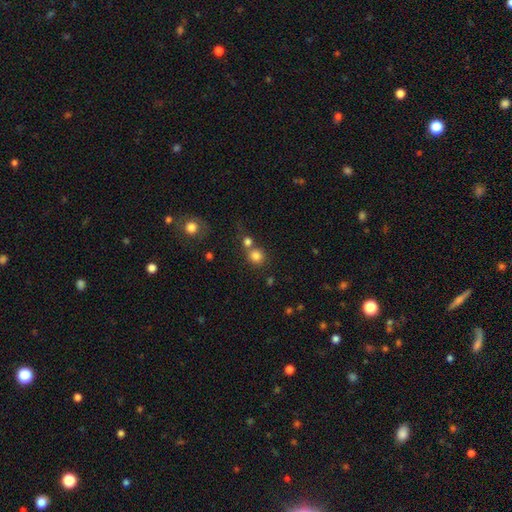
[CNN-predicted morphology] This is clearly a smooth galaxy (81%). How rounded: clearly round (89%). Merging: likely none (61%).